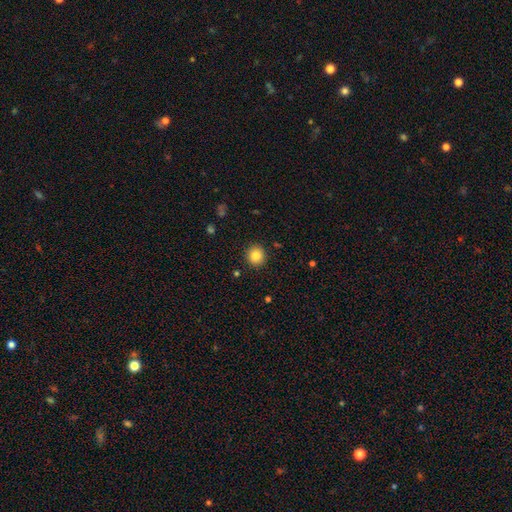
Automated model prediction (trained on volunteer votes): A smooth galaxy with no disk features (84%) that is round (93%). Merging: none (91%).